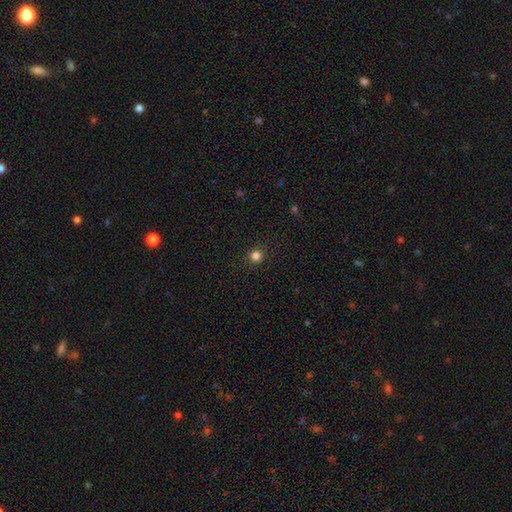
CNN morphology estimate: The model was most divided on "smooth or featured": smooth: 81%, star or artifact: 15%, featured or disk: 4%. More confident: how rounded — round (94%); merging — none (92%).